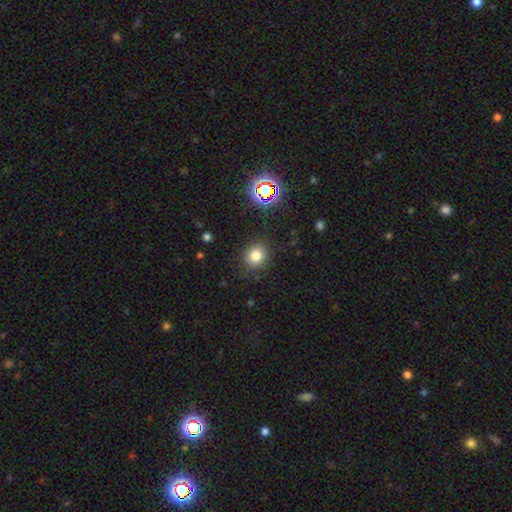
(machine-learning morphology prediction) Smooth or featured? Predicted: smooth (p=0.79). How rounded? Predicted: round (p=0.79). Merging? Predicted: none (p=0.87).